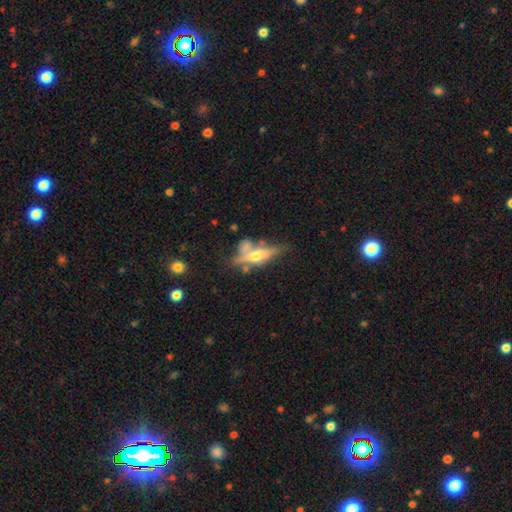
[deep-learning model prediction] Overall: featured or disk (60%; smooth 31%). Edge-on disk: yes (82%). Merging: none (51%; minor disturbance 19%).